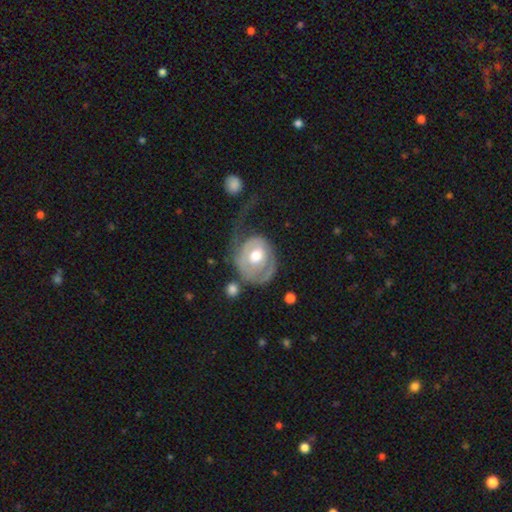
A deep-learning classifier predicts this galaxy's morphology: Smooth or featured? Predicted: featured or disk (p=0.67). Edge-on disk? Predicted: no (p=0.97). Bar? Predicted: no (p=0.68). Spiral arms? Predicted: yes (p=0.68). Bulge size? Predicted: moderate (p=0.70). Merging? Predicted: major disturbance (p=0.47).